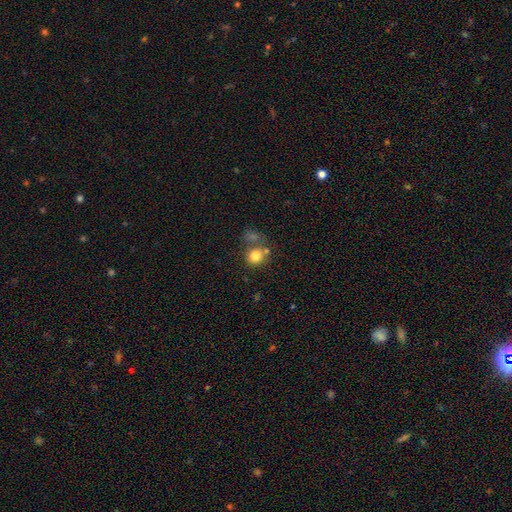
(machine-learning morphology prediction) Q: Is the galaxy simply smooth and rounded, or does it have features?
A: smooth — 80%.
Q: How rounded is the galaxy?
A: round — 83%.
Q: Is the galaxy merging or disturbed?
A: none — 55%.